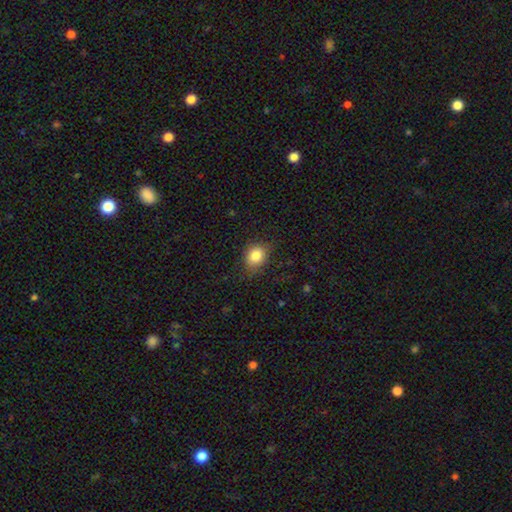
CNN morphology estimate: type=smooth (84%); roundness=round (50%); merging=none (75%).